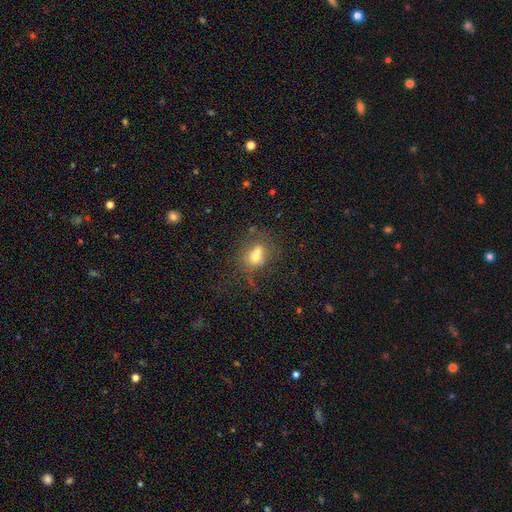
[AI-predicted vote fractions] A smooth galaxy with no disk features (61%) that is in between round and cigar-shaped (52%).

Vote fractions:
- Smooth or featured? smooth: 61% / featured or disk: 22% / star or artifact: 17%
- How rounded? in between: 52% / round: 45% / cigar-shaped: 3%
- Merging? none: 41% / merger: 33% / minor disturbance: 15% / major disturbance: 11%